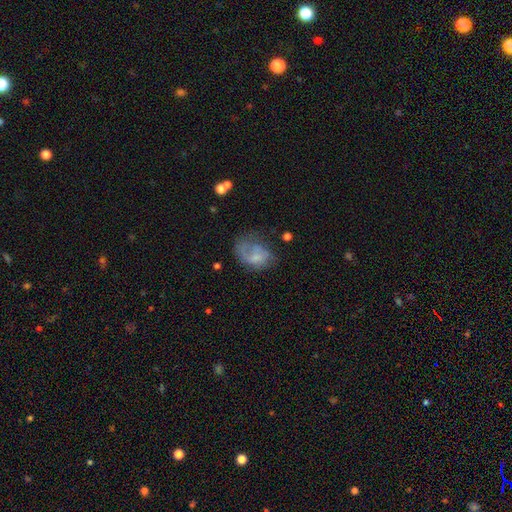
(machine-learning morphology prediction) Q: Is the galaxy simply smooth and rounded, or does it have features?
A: featured or disk — 46%.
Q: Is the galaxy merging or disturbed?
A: major disturbance — 37%.